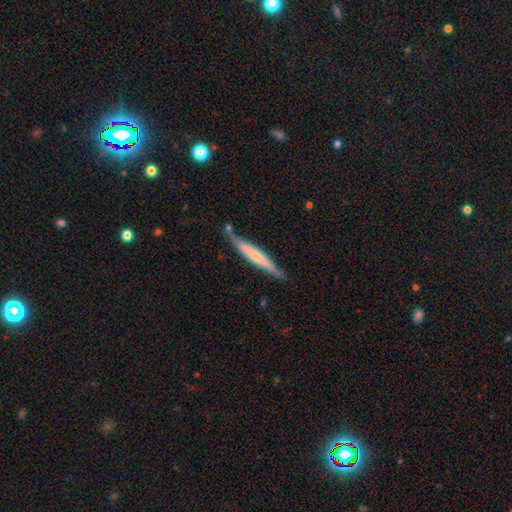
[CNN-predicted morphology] Smooth or featured? featured or disk (49%)
Merging? none (78%)